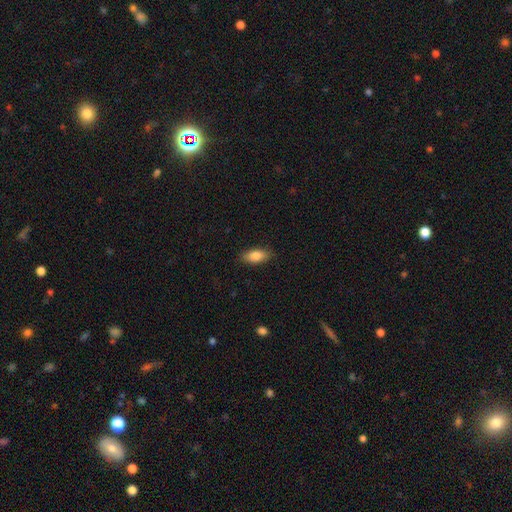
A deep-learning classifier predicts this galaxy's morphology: Overall: smooth (85%). How rounded: in between (86%). Merging: none (86%).